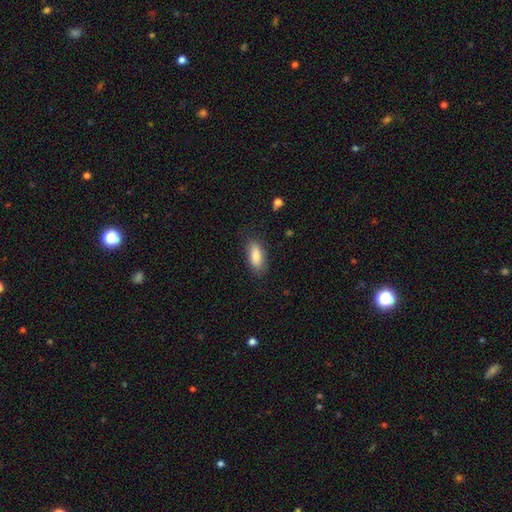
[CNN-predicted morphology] type=smooth (84%); roundness=in between (79%); merging=none (82%).